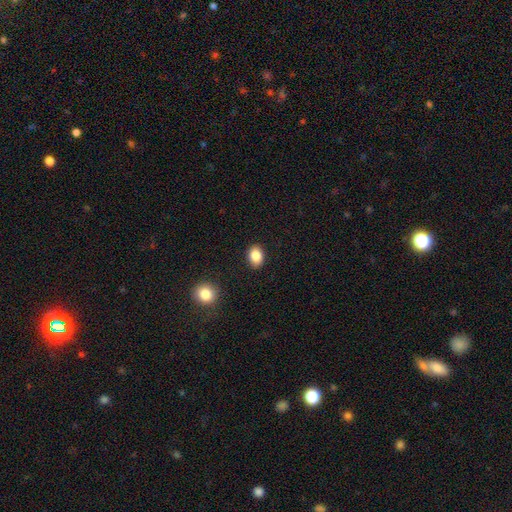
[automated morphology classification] smooth-or-featured: smooth: 86% | star or artifact: 9% | featured or disk: 5%
  how-rounded: in between: 71% | round: 28% | cigar-shaped: 1%
  merging: none: 89% | minor disturbance: 7% | major disturbance: 2% | merger: 1%